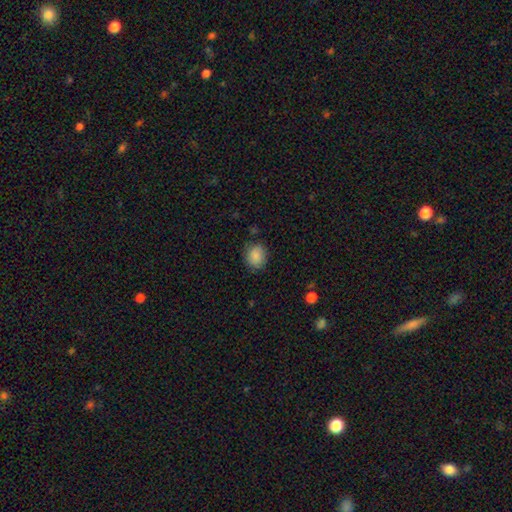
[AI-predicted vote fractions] Smooth or featured? smooth (86%)
How rounded? round (68%)
Merging? none (81%)